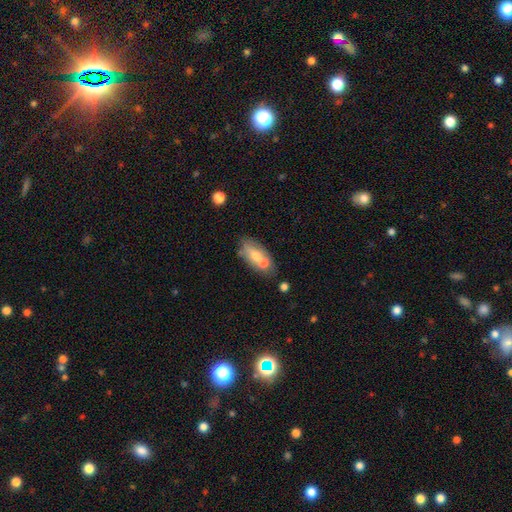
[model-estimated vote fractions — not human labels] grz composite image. It shows a smooth galaxy with no disk features (62%) that is in between round and cigar-shaped (82%). Merging: none (42%).